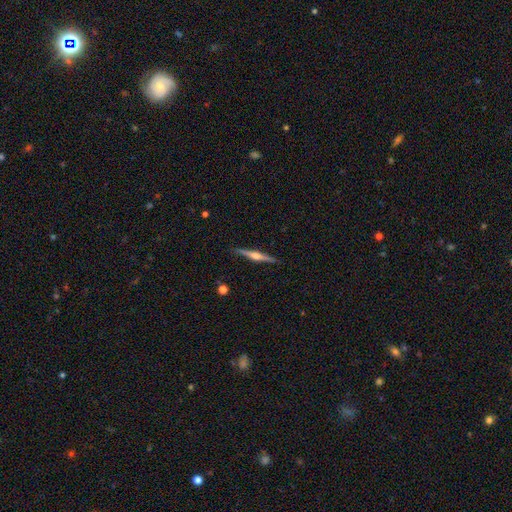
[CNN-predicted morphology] Q: Smooth or featured?
A: featured or disk (76%); runner-up: smooth (18%)
Q: Edge-on disk?
A: yes (98%); runner-up: no (2%)
Q: Edge-on bulge?
A: rounded (88%); runner-up: boxy (8%)
Q: Merging?
A: none (90%); runner-up: minor disturbance (7%)